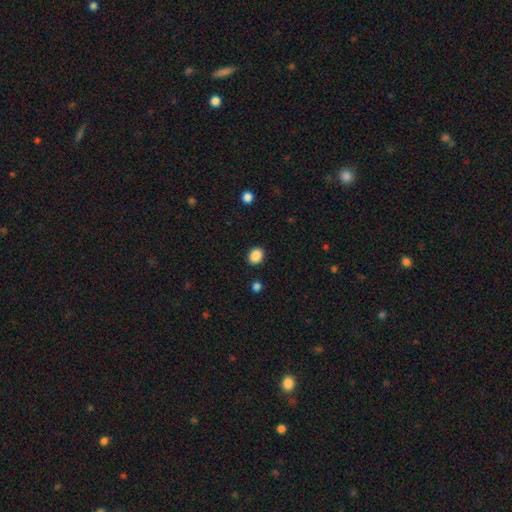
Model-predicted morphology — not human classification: Smooth or featured? Predicted: smooth (p=0.88). How rounded? Predicted: in between (p=0.52). Merging? Predicted: none (p=0.89).